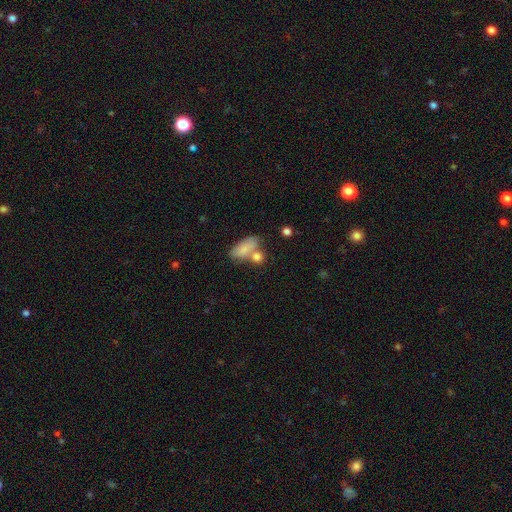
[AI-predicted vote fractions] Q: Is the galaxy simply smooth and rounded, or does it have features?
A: smooth — 47%.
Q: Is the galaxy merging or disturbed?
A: none — 43%.